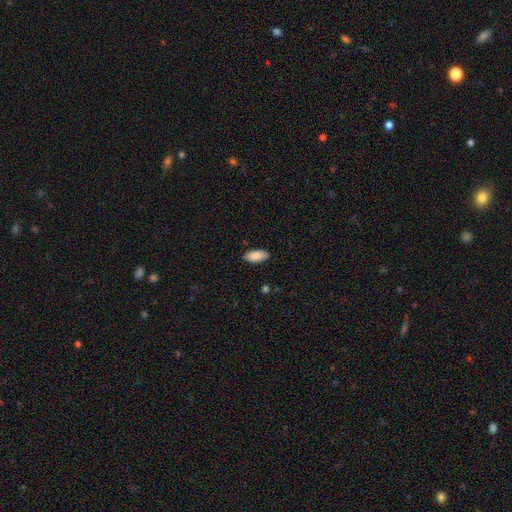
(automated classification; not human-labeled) This is clearly a smooth galaxy (89%). How rounded: clearly in between (91%). Merging: clearly none (84%).